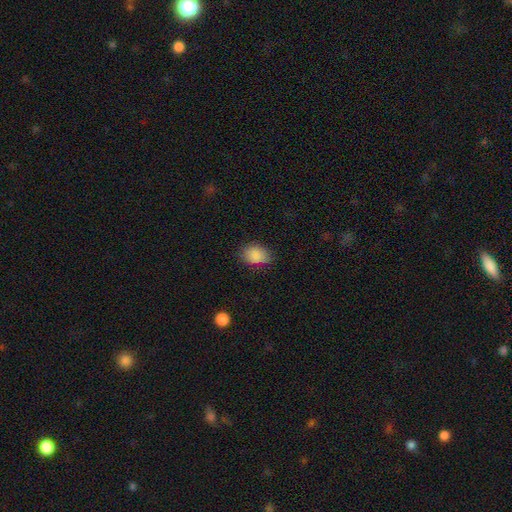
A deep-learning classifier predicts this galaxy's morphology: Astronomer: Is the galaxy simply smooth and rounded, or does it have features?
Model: smooth — 86%.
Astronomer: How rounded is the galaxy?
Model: in between — 69%.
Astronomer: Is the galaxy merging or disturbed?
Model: none — 73%.